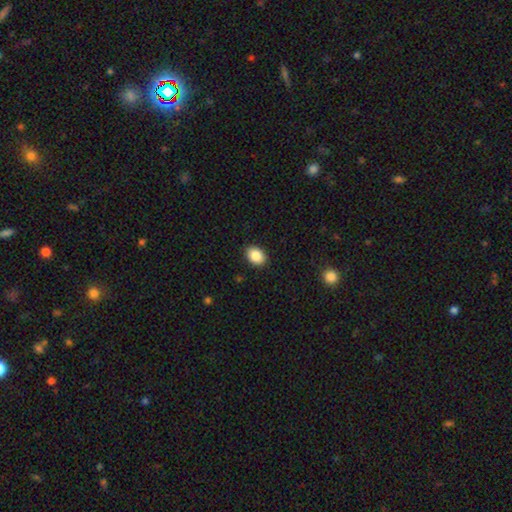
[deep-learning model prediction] This appears to be a smooth galaxy with no disk features (87%) that is in between round and cigar-shaped (71%). Merging: none (89%).